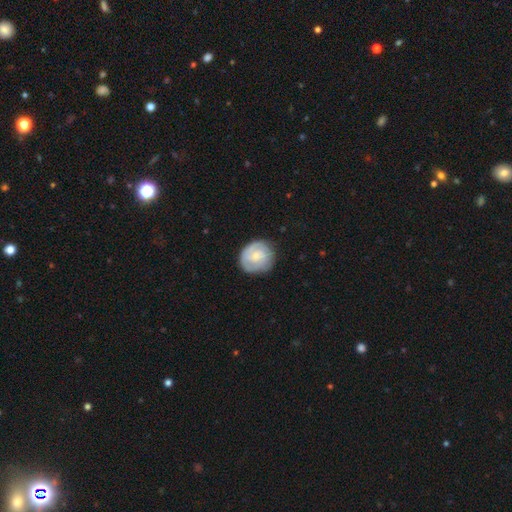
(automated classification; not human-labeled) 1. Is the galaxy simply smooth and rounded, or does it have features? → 60% featured or disk, 34% smooth, 6% star or artifact.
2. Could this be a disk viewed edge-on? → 98% no, 2% yes.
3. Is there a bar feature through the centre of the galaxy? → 67% no, 29% weak, 4% strong.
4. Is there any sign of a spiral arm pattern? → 86% yes, 14% no.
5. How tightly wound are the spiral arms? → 64% tight, 28% medium, 8% loose.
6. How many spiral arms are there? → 42% 2, 29% can't tell, 13% 3, 9% 1, 3% 4, 3% more than 4.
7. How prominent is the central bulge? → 64% small, 29% moderate, 5% none, 2% large, 1% dominant.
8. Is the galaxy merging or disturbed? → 78% none, 16% minor disturbance, 5% major disturbance, 1% merger.